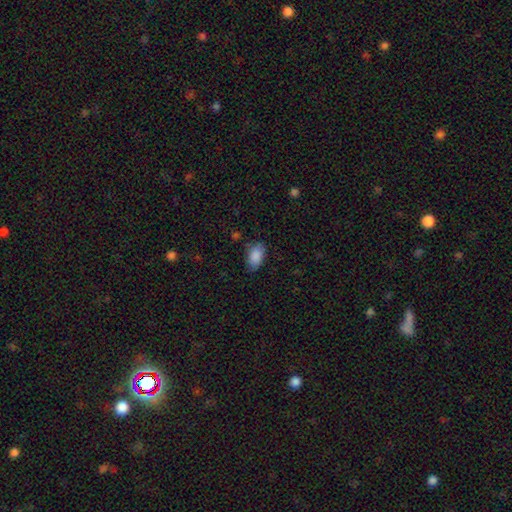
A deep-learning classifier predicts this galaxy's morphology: smooth 88%, star or artifact 7%, featured or disk 5%. Down the decision tree: how rounded — in between (92%); merging — none (75%).